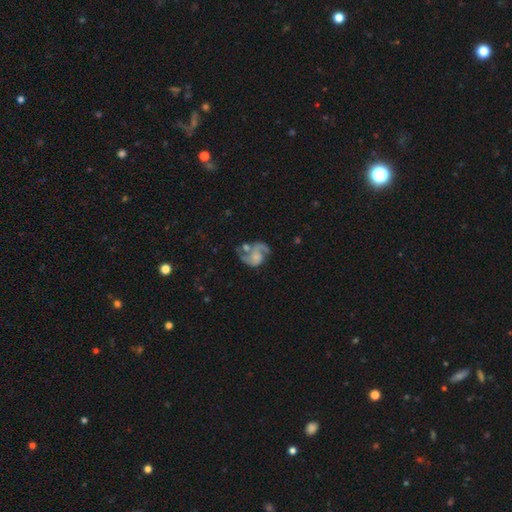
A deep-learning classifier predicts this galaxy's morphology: A featured or disk galaxy (76%) with no bar (70%), 2 (79%) medium (44%) spiral arms (90%) and no central bulge (35%).

Vote fractions:
- Smooth or featured? featured or disk: 76% / smooth: 17% / star or artifact: 8%
- Edge-on disk? no: 98% / yes: 2%
- Bar? no: 70% / weak: 25% / strong: 5%
- Spiral arms? yes: 90% / no: 10%
- Spiral winding? medium: 44% / loose: 41% / tight: 15%
- Spiral arm count? 2: 79% / 1: 12% / can't tell: 5% / 3: 2% / 4: 1% / more than 4: 1%
- Bulge size? none: 35% / small: 31% / moderate: 23% / large: 9% / dominant: 2%
- Merging? none: 36% / major disturbance: 24% / merger: 20% / minor disturbance: 20%